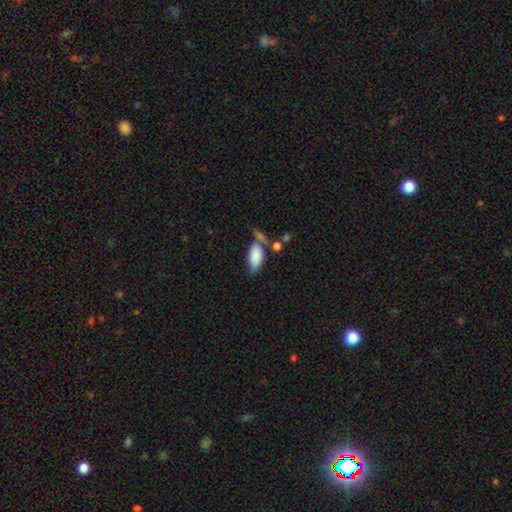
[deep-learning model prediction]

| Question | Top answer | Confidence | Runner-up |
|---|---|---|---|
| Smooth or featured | smooth | 83% | featured or disk (10%) |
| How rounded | in between | 90% | cigar-shaped (8%) |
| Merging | none | 46% | merger (25%) |